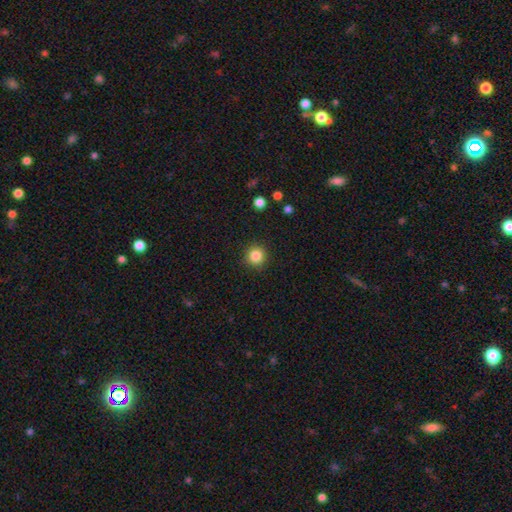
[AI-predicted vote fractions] smooth 84%, star or artifact 11%, featured or disk 5%. Down the decision tree: how rounded — round (94%); merging — none (90%).